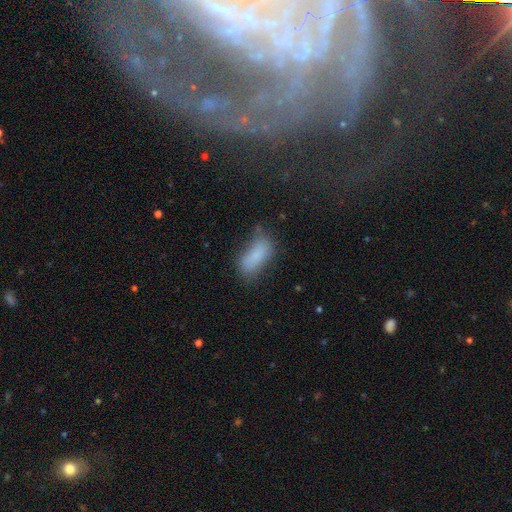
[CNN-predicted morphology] This appears to be a smooth galaxy with no disk features (81%) that is in between round and cigar-shaped (85%). Merging: none (56%).